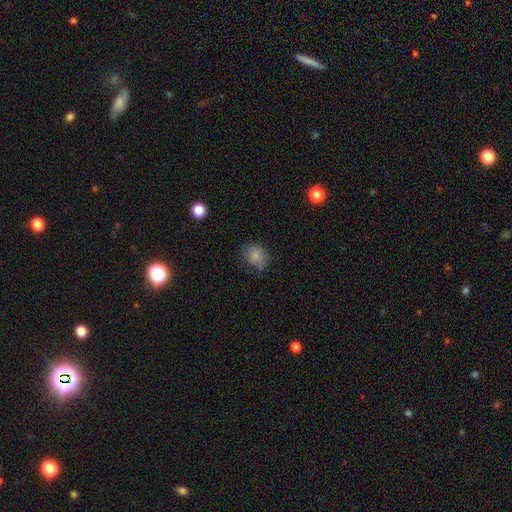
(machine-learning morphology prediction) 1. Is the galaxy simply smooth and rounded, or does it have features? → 83% smooth, 11% star or artifact, 7% featured or disk.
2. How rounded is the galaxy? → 54% round, 45% in between, 1% cigar-shaped.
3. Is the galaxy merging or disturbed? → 70% none, 22% minor disturbance, 6% major disturbance, 1% merger.